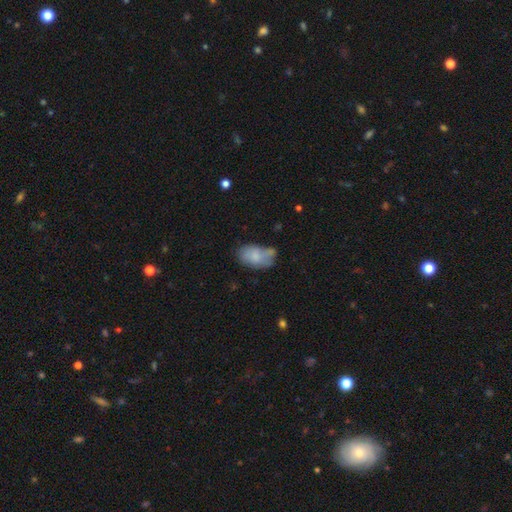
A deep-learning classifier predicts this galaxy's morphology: Smooth or featured?
  - smooth: 73% *
  - featured or disk: 18%
  - star or artifact: 8%
How rounded?
  - in between: 92% *
  - round: 6%
  - cigar-shaped: 2%
Merging?
  - none: 41% *
  - minor disturbance: 33%
  - major disturbance: 13%
  - merger: 13%